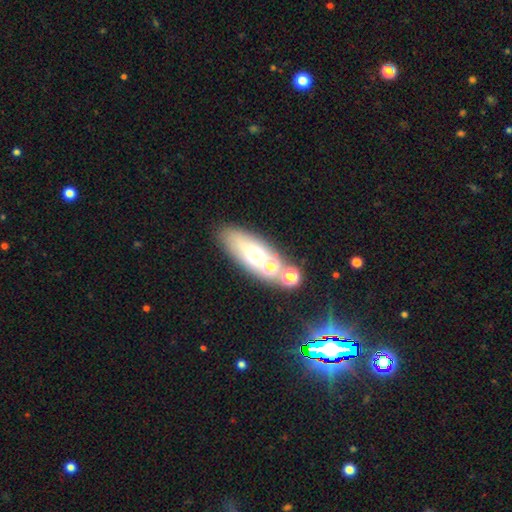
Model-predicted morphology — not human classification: Overall: smooth (50%; featured or disk 33%). How rounded: in between (63%; cigar-shaped 27%). Merging: none (60%; merger 22%).